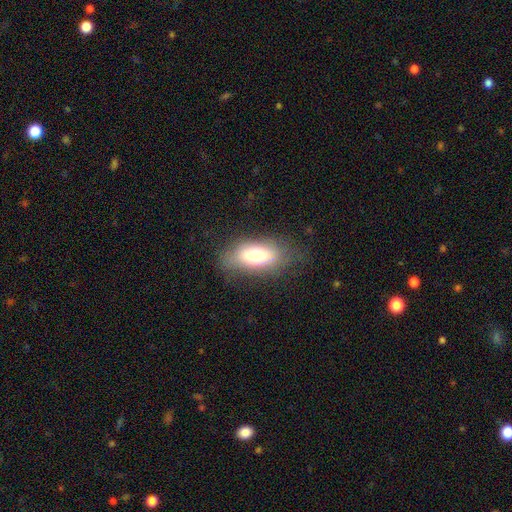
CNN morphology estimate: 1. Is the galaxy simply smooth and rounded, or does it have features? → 71% smooth, 19% featured or disk, 9% star or artifact.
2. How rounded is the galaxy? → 85% in between, 9% cigar-shaped, 6% round.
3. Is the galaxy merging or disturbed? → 73% none, 18% minor disturbance, 8% major disturbance, 1% merger.